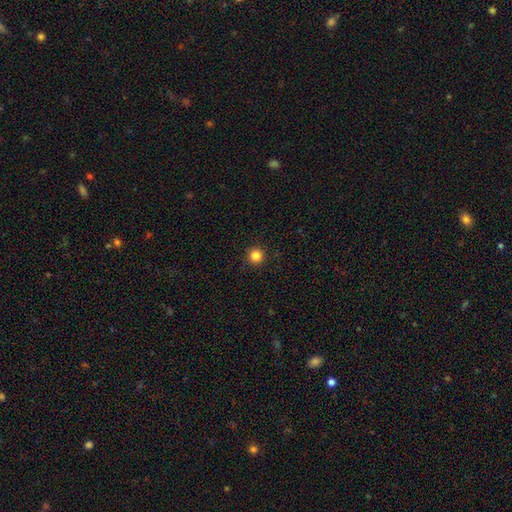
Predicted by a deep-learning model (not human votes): The model was most divided on "smooth or featured": smooth: 84%, star or artifact: 12%, featured or disk: 4%. More confident: how rounded — round (96%); merging — none (93%).